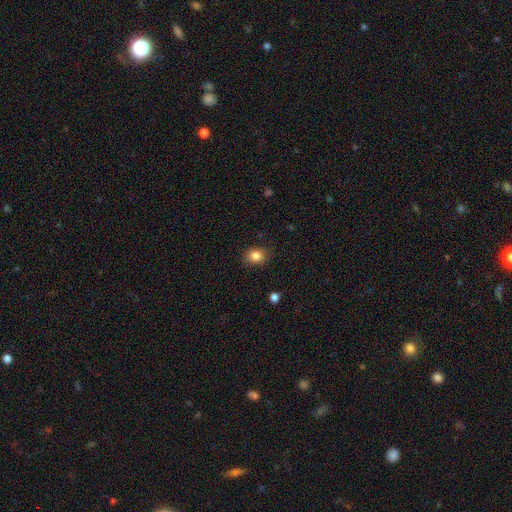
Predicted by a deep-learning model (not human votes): Smooth or featured: smooth — 84% (star or artifact — 10%)
How rounded: round — 51% (in between — 48%)
Merging: none — 85% (minor disturbance — 11%)